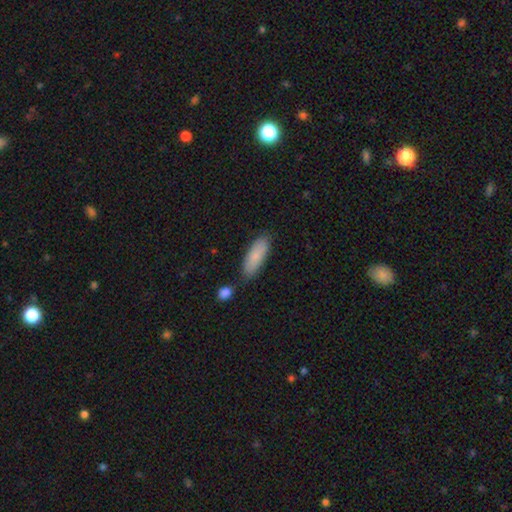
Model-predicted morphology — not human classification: smooth 84%, featured or disk 10%, star or artifact 6%. Down the decision tree: how rounded — in between (60%); merging — none (74%).